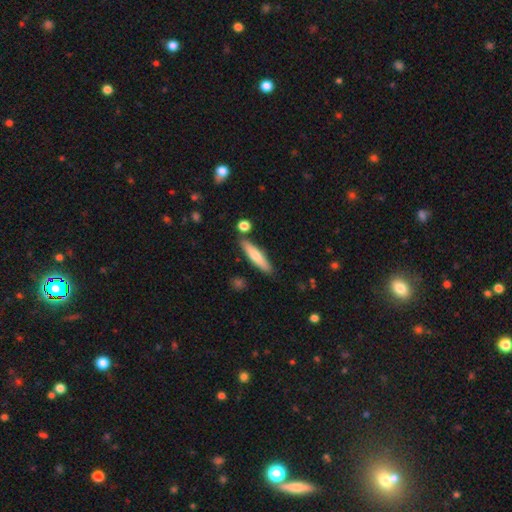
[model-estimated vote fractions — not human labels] A smooth galaxy with no disk features (68%) that is cigar-shaped (83%).

Vote fractions:
- Smooth or featured? smooth: 68% / featured or disk: 26% / star or artifact: 6%
- How rounded? cigar-shaped: 83% / in between: 16% / round: 2%
- Merging? none: 84% / minor disturbance: 10% / merger: 5% / major disturbance: 2%